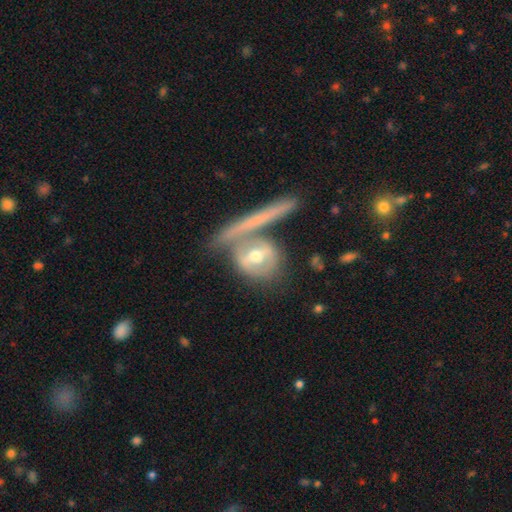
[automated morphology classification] smooth-or-featured: featured or disk: 59% | smooth: 34% | star or artifact: 7%
  disk-edge-on: no: 67% | yes: 33%
  merging: none: 48% | merger: 28% | minor disturbance: 15% | major disturbance: 10%